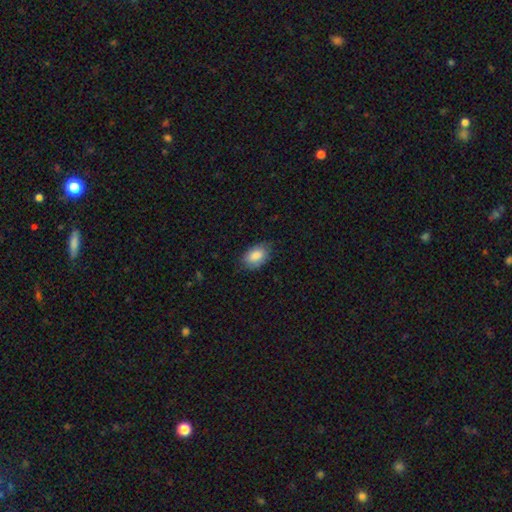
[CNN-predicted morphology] Smooth or featured? Predicted: smooth (p=0.86). How rounded? Predicted: in between (p=0.89). Merging? Predicted: none (p=0.75).